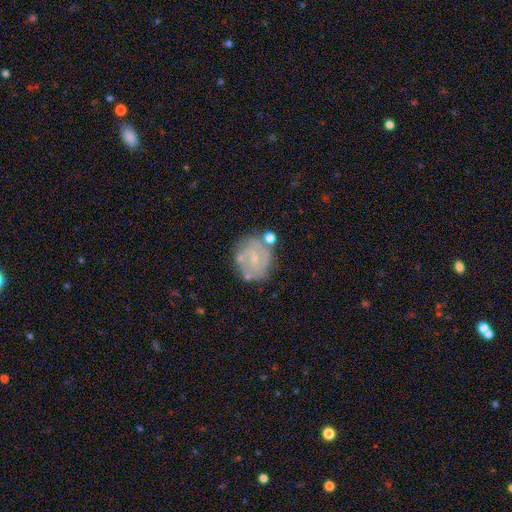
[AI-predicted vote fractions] Morphology: type=featured or disk (67%); edge-on=no (98%); bar=no (57%); spiral arms=yes (78%); winding=tight (52%); arm count=2 (38%); bulge=small (73%); merging=none (64%).